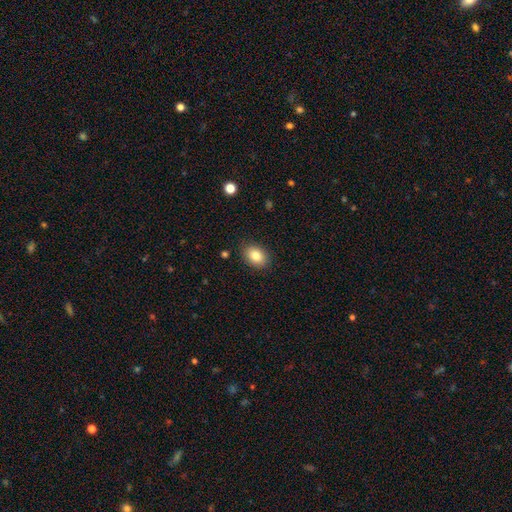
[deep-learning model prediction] Morphology: type=smooth (84%); roundness=in between (77%); merging=none (87%).